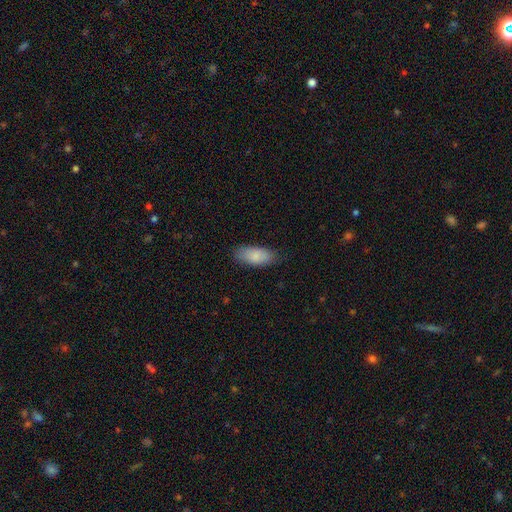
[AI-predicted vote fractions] Morphology: type=smooth (85%); roundness=in between (85%); merging=none (80%).